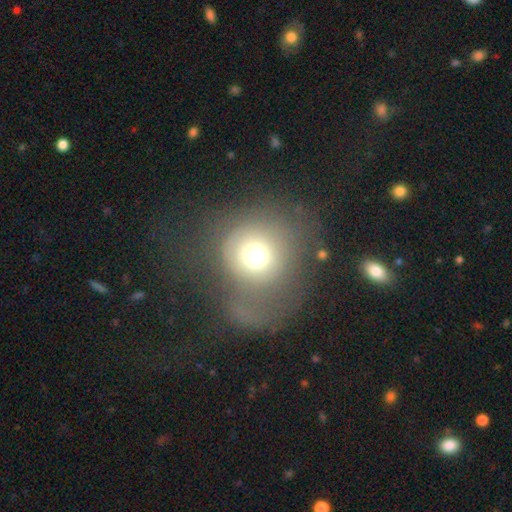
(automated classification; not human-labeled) smooth_or_featured: smooth (p=0.62) [alt: featured or disk p=0.24]
how_rounded: round (p=0.84) [alt: in between p=0.15]
merging: major disturbance (p=0.42) [alt: none p=0.35]